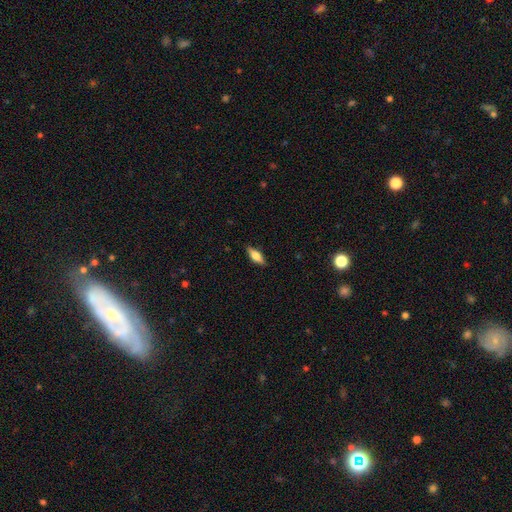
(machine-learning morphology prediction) A smooth galaxy with no disk features (65%) that is in between round and cigar-shaped (68%).

Vote fractions:
- Smooth or featured? smooth: 65% / featured or disk: 29% / star or artifact: 7%
- How rounded? in between: 68% / cigar-shaped: 29% / round: 3%
- Merging? none: 86% / minor disturbance: 10% / major disturbance: 2% / merger: 1%